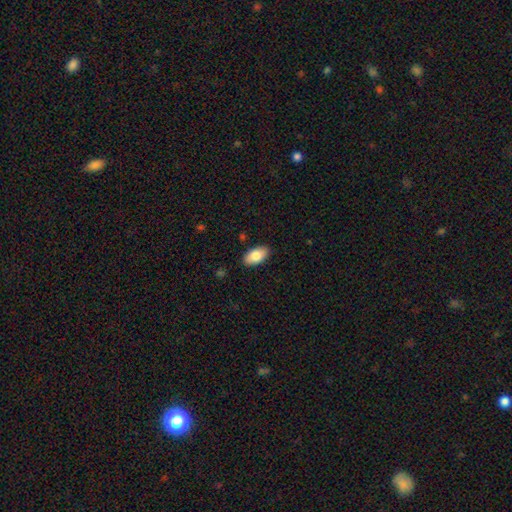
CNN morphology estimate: Overall: smooth (82%). How rounded: in between (95%). Merging: none (88%).